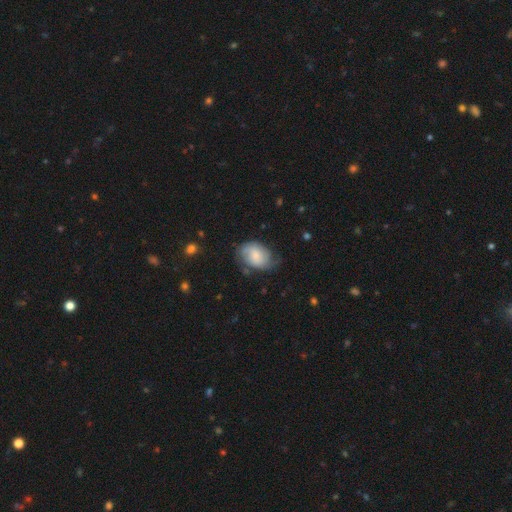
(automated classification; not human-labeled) smooth-or-featured: smooth: 51% | featured or disk: 42% | star or artifact: 8%
  how-rounded: in between: 73% | round: 26% | cigar-shaped: 1%
  merging: none: 55% | minor disturbance: 30% | major disturbance: 13% | merger: 2%